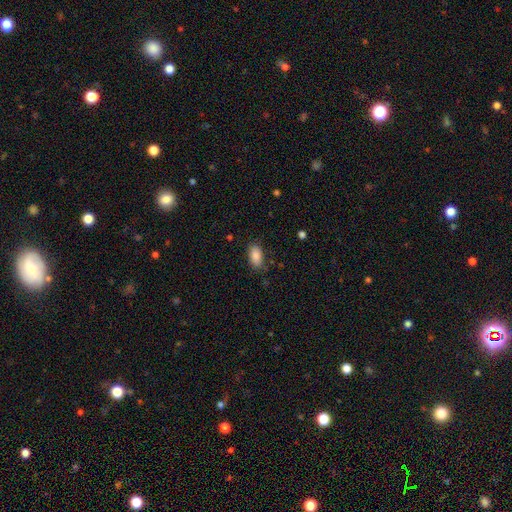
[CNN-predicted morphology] Smooth or featured? smooth (87%)
How rounded? in between (92%)
Merging? none (83%)